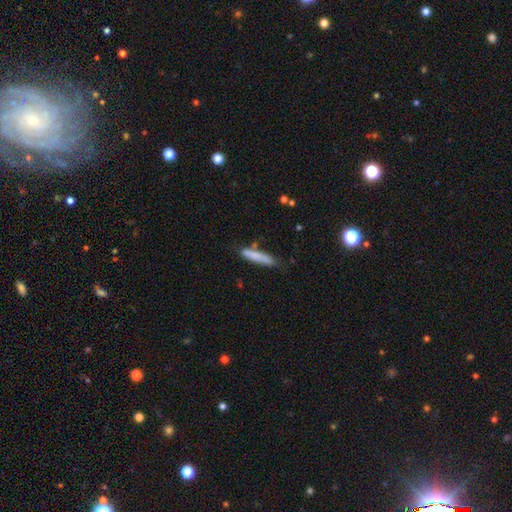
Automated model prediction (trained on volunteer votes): smooth 80%, featured or disk 14%, star or artifact 6%. Down the decision tree: how rounded — cigar-shaped (88%); merging — none (73%).